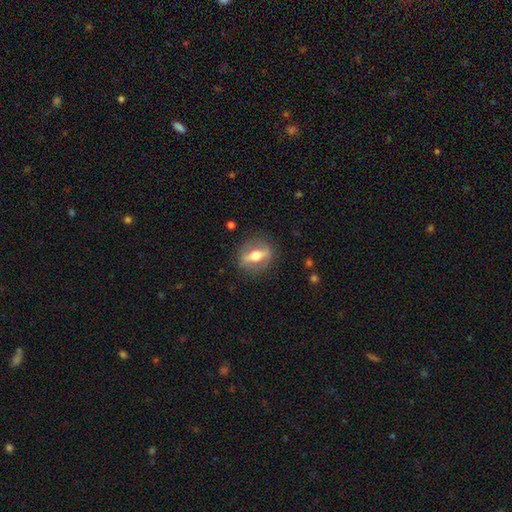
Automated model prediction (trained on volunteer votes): A featured or disk galaxy (65%) viewed edge-on (59%).

Vote fractions:
- Smooth or featured? featured or disk: 65% / smooth: 28% / star or artifact: 7%
- Edge-on disk? yes: 59% / no: 41%
- Merging? none: 84% / minor disturbance: 10% / major disturbance: 5% / merger: 1%